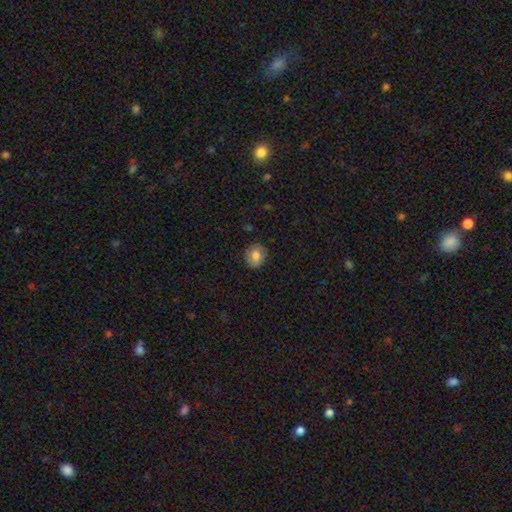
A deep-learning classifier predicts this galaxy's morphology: Q: Smooth or featured?
A: smooth (79%); runner-up: featured or disk (12%)
Q: How rounded?
A: round (71%); runner-up: in between (28%)
Q: Merging?
A: none (86%); runner-up: minor disturbance (11%)